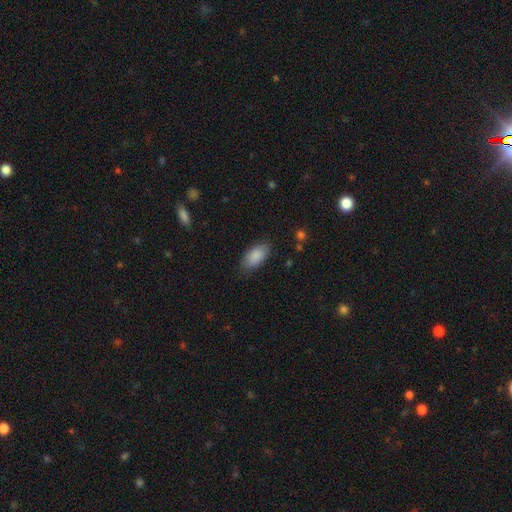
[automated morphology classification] smooth_or_featured: smooth (p=0.88) [alt: star or artifact p=0.06]
how_rounded: in between (p=0.92) [alt: cigar-shaped p=0.05]
merging: none (p=0.82) [alt: minor disturbance p=0.14]